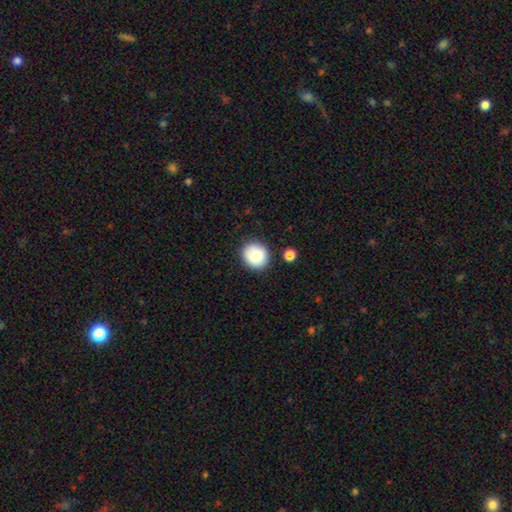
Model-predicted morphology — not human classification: smooth_or_featured: smooth (p=0.86) [alt: star or artifact p=0.08]
how_rounded: round (p=0.78) [alt: in between p=0.22]
merging: none (p=0.83) [alt: minor disturbance p=0.11]